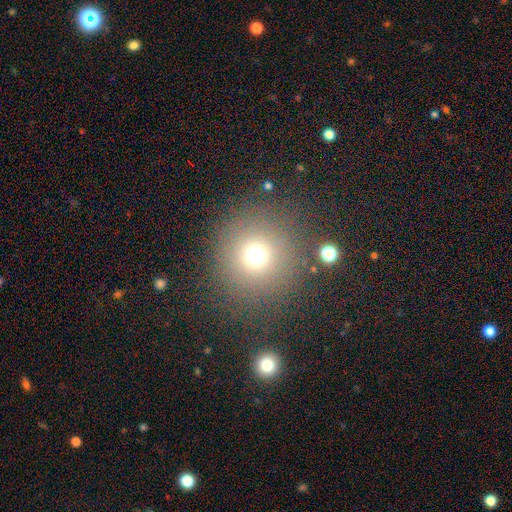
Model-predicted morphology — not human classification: smooth-or-featured: smooth: 70% | star or artifact: 21% | featured or disk: 9%
  how-rounded: round: 95% | in between: 4% | cigar-shaped: 1%
  merging: none: 84% | minor disturbance: 7% | major disturbance: 5% | merger: 4%